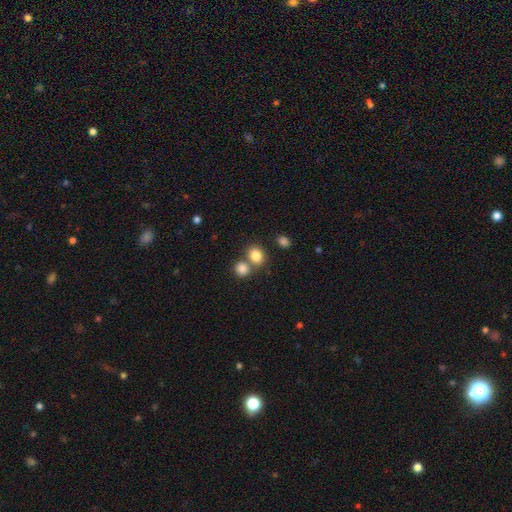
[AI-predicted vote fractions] Morphology: type=smooth (83%); roundness=round (62%); merging=none (56%).